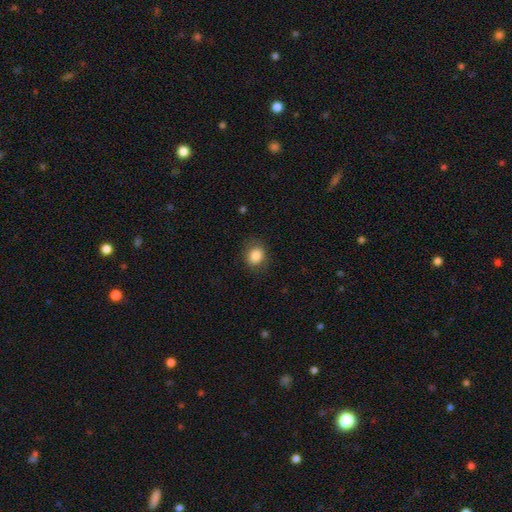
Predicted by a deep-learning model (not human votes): This appears to be a smooth galaxy with no disk features (85%) that is round (67%). Merging: none (82%).